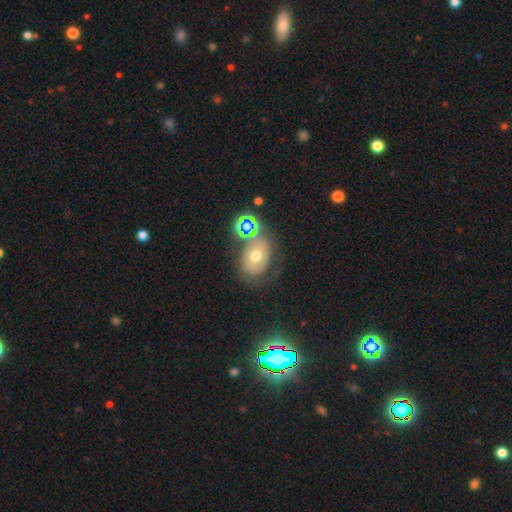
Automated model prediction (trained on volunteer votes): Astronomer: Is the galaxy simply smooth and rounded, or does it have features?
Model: smooth — 49% (runner-up: featured or disk, 33%).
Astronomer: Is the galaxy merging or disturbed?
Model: none — 52%.